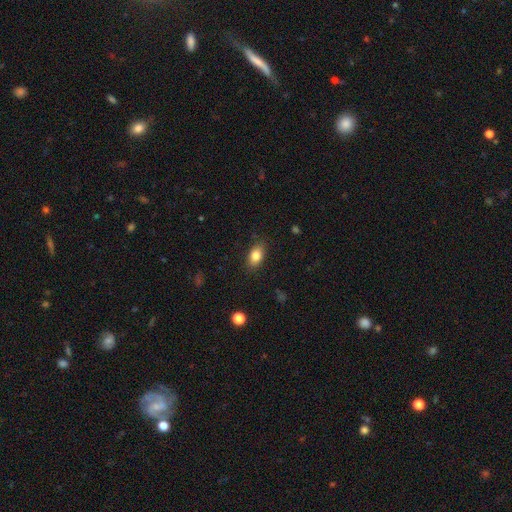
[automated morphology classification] This is clearly a smooth galaxy (83%). How rounded: clearly in between (87%). Merging: clearly none (85%).